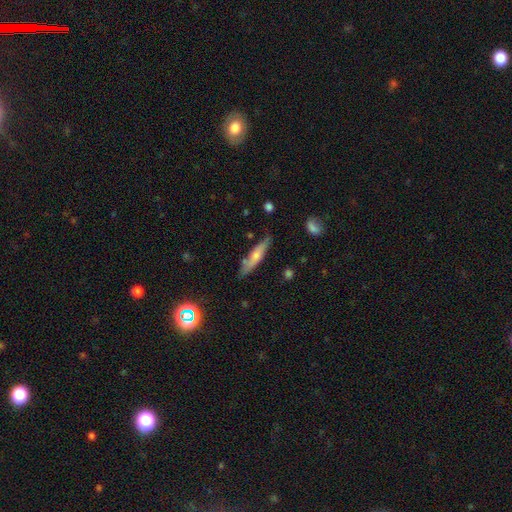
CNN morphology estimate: Overall: smooth (56%; featured or disk 38%). How rounded: cigar-shaped (82%). Merging: none (73%).